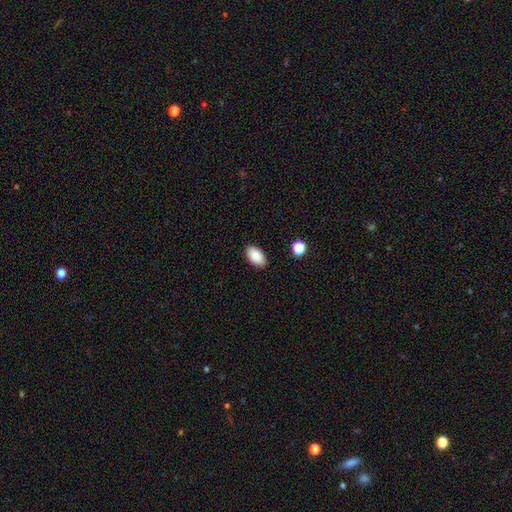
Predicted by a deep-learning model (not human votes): This is clearly a smooth galaxy (88%). How rounded: clearly in between (95%). Merging: clearly none (88%).